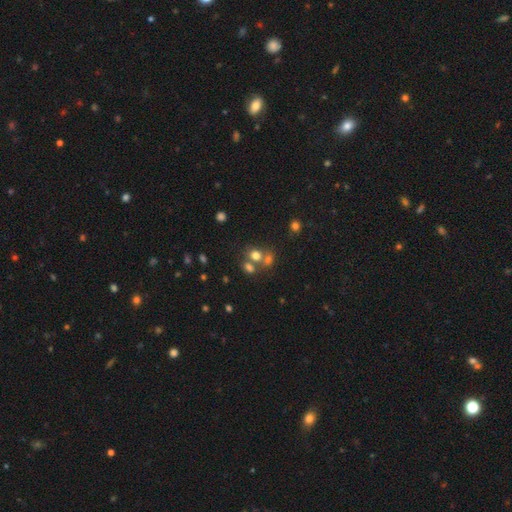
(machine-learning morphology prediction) smooth-or-featured: smooth: 67% | star or artifact: 19% | featured or disk: 13%
  how-rounded: round: 63% | in between: 36% | cigar-shaped: 1%
  merging: none: 44% | merger: 41% | minor disturbance: 9% | major disturbance: 5%